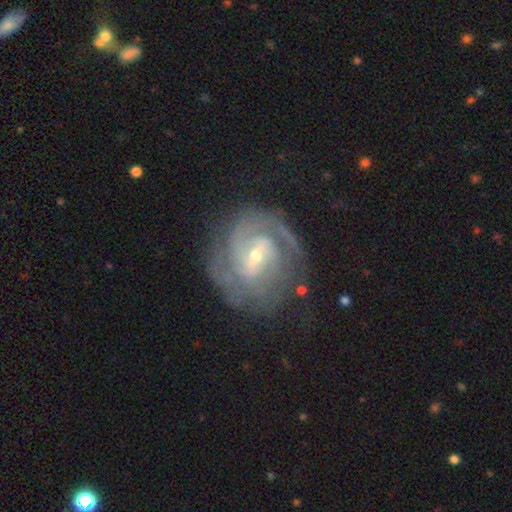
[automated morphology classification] The model was most divided on "spiral arm count": 2: 41%, can't tell: 22%, 3: 20%, 4: 6%, 1: 6%, more than 4: 4%. Remaining: edge-on disk — no (97%); spiral arms — yes (96%); smooth or featured — featured or disk (88%); merging — none (71%); spiral winding — tight (62%); bulge size — small (60%); bar — weak (49%).